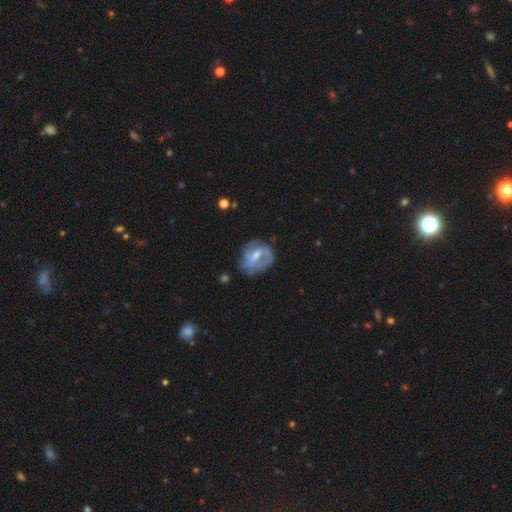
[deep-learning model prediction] smooth-or-featured: featured or disk: 71% | smooth: 20% | star or artifact: 9%
  disk-edge-on: no: 96% | yes: 4%
    bar: weak: 49% | strong: 26% | no: 25%
    has-spiral-arms: yes: 80% | no: 20%
      spiral-winding: medium: 43% | tight: 34% | loose: 23%
      spiral-arm-count: 2: 47% | can't tell: 26% | 3: 13% | 1: 8% | 4: 3% | more than 4: 2%
    bulge-size: moderate: 52% | small: 36% | none: 7% | large: 4% | dominant: 1%
  merging: none: 60% | minor disturbance: 23% | major disturbance: 14% | merger: 3%